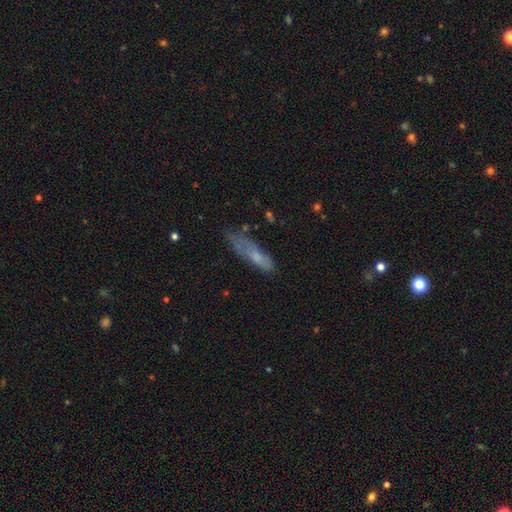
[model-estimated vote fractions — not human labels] This is likely a smooth galaxy (61%). How rounded: likely cigar-shaped (67%). Merging: possibly none (48%).